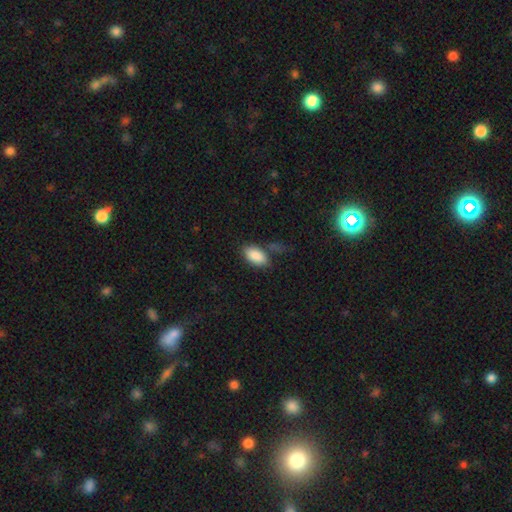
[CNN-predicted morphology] smooth-or-featured: smooth: 88% | star or artifact: 7% | featured or disk: 5%
  how-rounded: in between: 94% | cigar-shaped: 3% | round: 3%
  merging: none: 68% | minor disturbance: 19% | merger: 7% | major disturbance: 6%